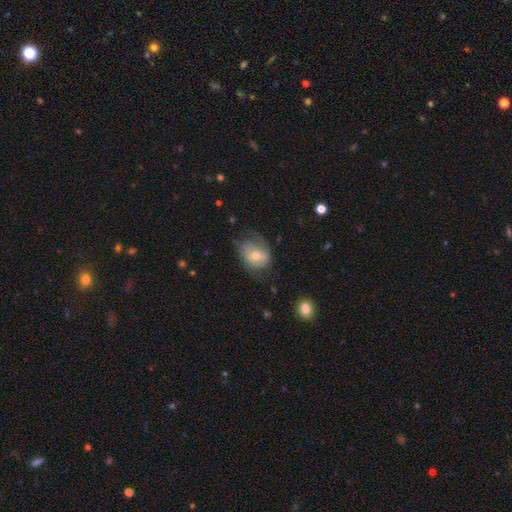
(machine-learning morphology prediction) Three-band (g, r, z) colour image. It shows a smooth galaxy with no disk features (51%) that is round (50%). Merging: none (46%).